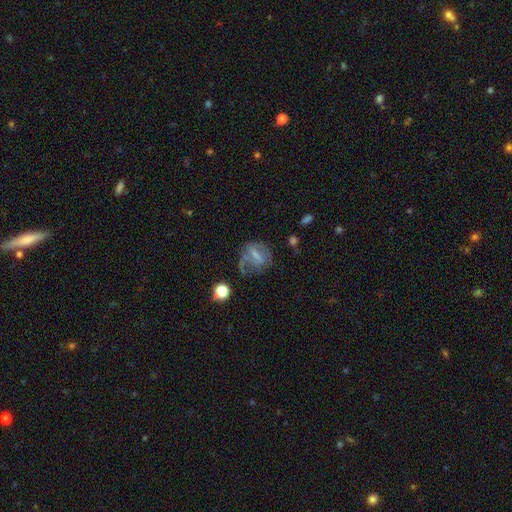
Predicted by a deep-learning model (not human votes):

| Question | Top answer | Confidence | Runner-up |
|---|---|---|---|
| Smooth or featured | featured or disk | 48% | smooth (40%) |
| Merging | none | 41% | major disturbance (30%) |